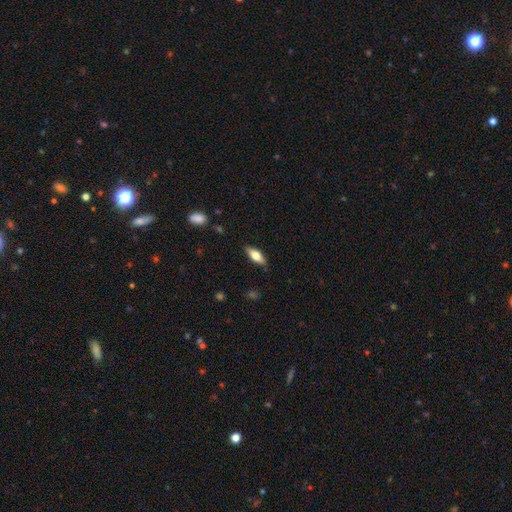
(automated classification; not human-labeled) The model was most divided on "smooth or featured": smooth: 56%, featured or disk: 38%, star or artifact: 7%. More confident: merging — none (86%); how rounded — in between (67%).